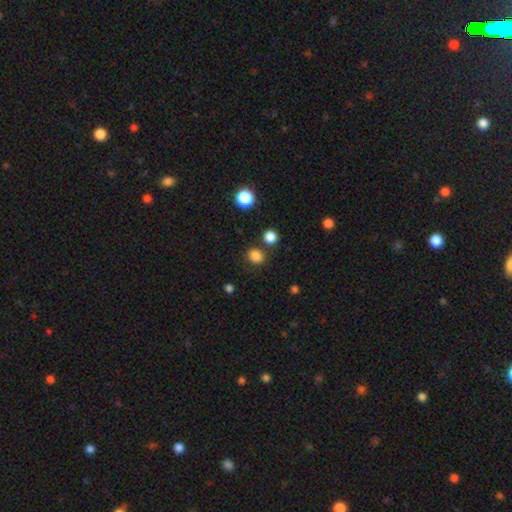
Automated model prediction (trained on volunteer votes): This appears to be a smooth galaxy with no disk features (83%) that is round (78%). Merging: none (80%).